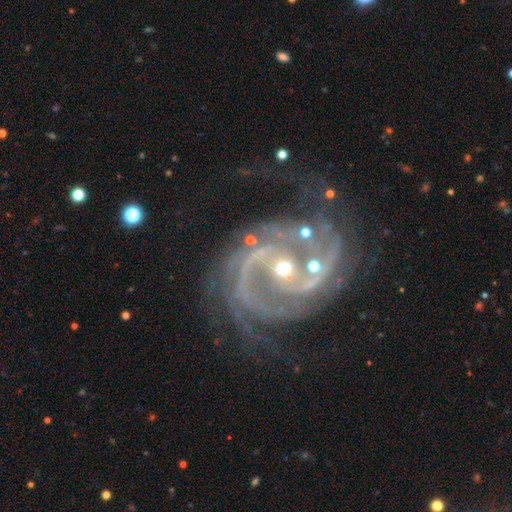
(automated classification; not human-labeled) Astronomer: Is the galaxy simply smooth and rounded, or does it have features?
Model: featured or disk — 90%.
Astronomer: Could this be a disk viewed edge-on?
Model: no — 98%.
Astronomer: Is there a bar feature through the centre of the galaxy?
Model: no — 43% (runner-up: weak, 34%).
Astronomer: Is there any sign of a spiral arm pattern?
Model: yes — 97%.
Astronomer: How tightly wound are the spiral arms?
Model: medium — 51% (runner-up: tight, 33%).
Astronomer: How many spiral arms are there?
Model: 2 — 67%.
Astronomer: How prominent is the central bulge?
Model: moderate — 49% (runner-up: small, 45%).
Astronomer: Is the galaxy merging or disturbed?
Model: none — 58%.